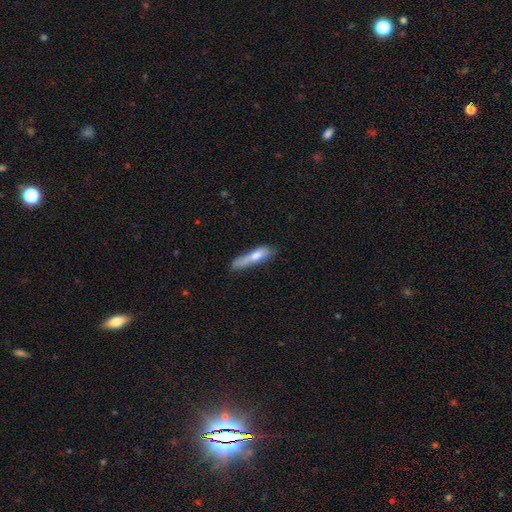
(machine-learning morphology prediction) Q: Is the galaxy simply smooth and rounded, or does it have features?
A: smooth — 65%.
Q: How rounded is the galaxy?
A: cigar-shaped — 81%.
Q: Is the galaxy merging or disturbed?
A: none — 46%.